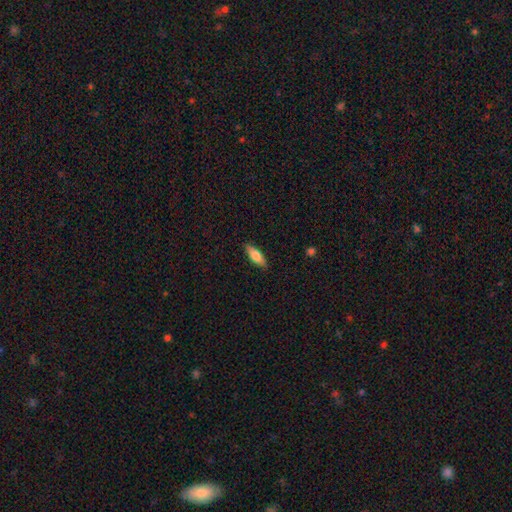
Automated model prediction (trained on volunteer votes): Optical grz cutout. It shows a smooth galaxy with no disk features (73%) that is in between round and cigar-shaped (63%). Merging: none (87%).